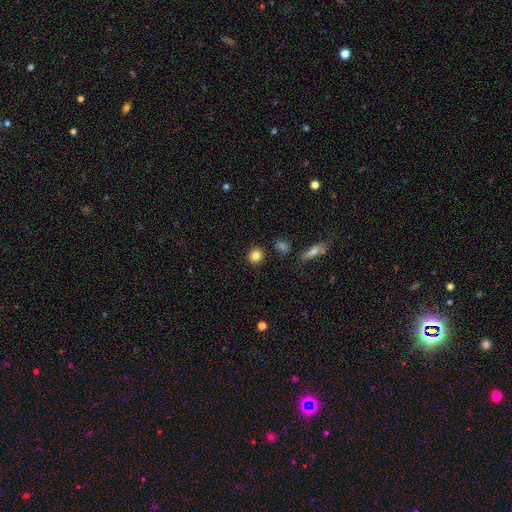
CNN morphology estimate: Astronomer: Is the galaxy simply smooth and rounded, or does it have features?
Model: smooth — 84%.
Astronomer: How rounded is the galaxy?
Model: round — 88%.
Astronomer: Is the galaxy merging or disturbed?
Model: none — 88%.